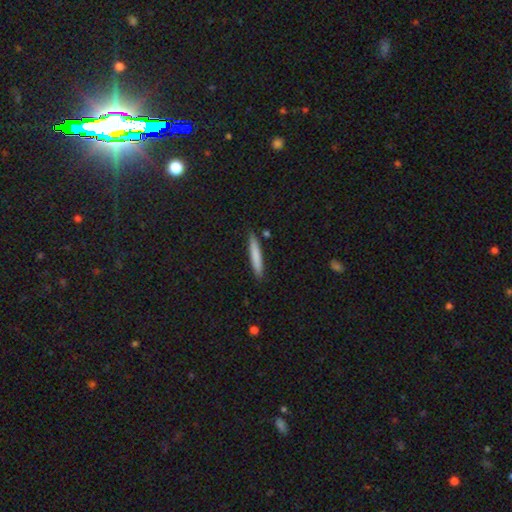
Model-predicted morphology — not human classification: smooth_or_featured: smooth (p=0.78) [alt: featured or disk p=0.16]
how_rounded: cigar-shaped (p=0.94) [alt: in between p=0.05]
merging: none (p=0.87) [alt: minor disturbance p=0.09]